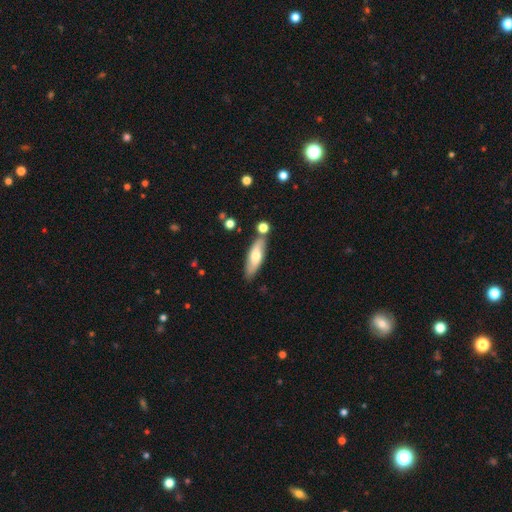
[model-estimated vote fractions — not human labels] A smooth galaxy with no disk features (58%) that is in between round and cigar-shaped (51%).

Vote fractions:
- Smooth or featured? smooth: 58% / featured or disk: 36% / star or artifact: 6%
- How rounded? in between: 51% / cigar-shaped: 47% / round: 2%
- Merging? none: 75% / minor disturbance: 13% / merger: 9% / major disturbance: 3%